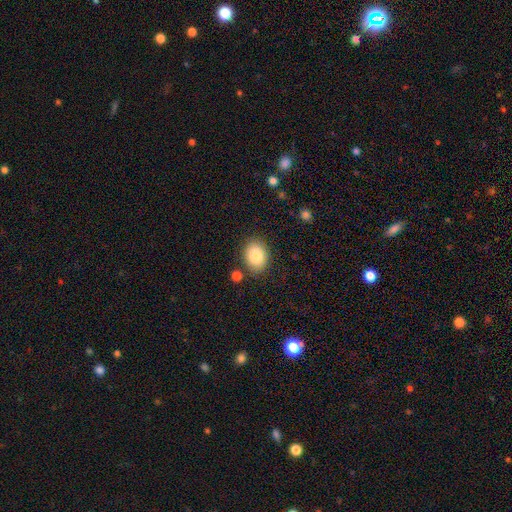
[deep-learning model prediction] A smooth galaxy with no disk features (86%) that is in between round and cigar-shaped (66%). Merging: none (82%).